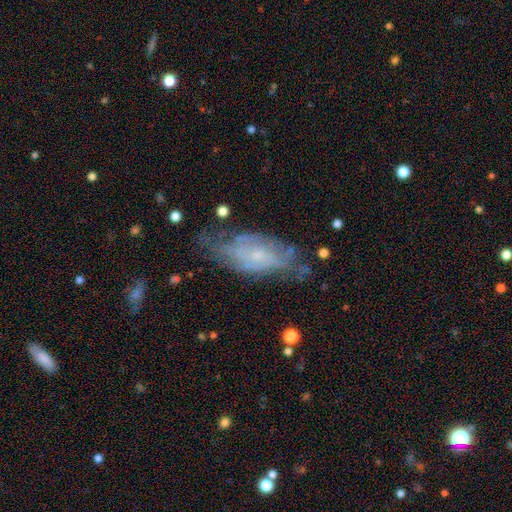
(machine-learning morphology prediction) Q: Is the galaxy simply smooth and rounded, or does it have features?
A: featured or disk — 65%.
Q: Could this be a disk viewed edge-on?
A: no — 88%.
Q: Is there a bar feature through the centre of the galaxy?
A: no — 71%.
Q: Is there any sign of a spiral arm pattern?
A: yes — 72%.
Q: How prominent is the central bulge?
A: small — 66%.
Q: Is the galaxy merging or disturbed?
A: none — 51%.